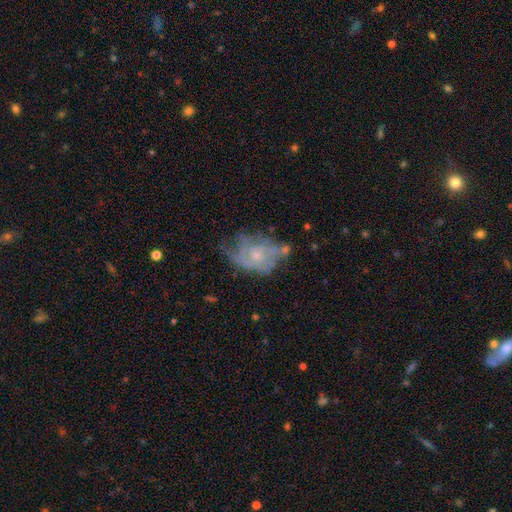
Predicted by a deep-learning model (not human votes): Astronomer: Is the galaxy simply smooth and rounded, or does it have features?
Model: featured or disk — 74%.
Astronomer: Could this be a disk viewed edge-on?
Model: no — 97%.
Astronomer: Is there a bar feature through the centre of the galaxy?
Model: no — 75%.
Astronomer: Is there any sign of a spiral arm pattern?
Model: yes — 82%.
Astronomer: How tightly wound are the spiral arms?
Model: tight — 43% (runner-up: medium, 39%).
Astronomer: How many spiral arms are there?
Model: can't tell — 39% (runner-up: 2, 28%).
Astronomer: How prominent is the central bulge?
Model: small — 65%.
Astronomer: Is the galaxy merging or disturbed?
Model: none — 42% (runner-up: minor disturbance, 29%).